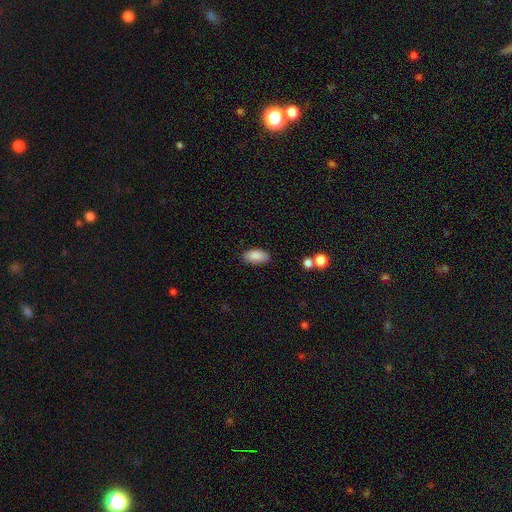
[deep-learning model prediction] Overall: smooth (88%). How rounded: in between (91%). Merging: none (85%).